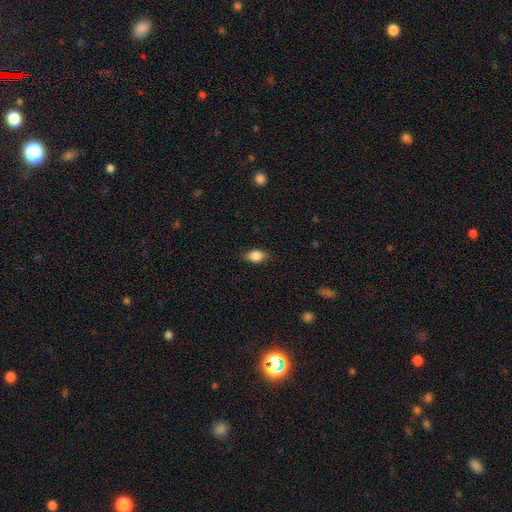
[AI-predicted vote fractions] A smooth galaxy with no disk features (84%) that is in between round and cigar-shaped (81%). Merging: none (82%).